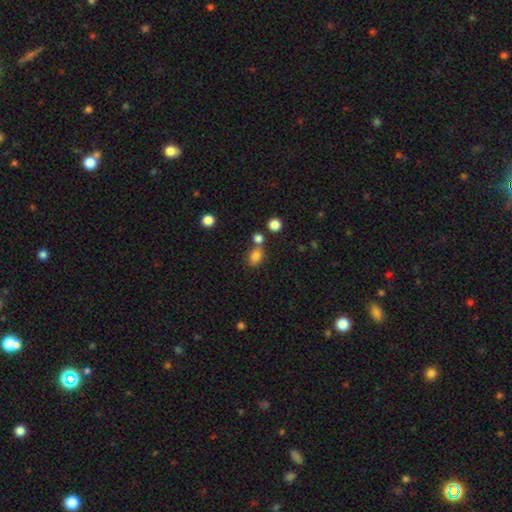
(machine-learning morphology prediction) Q: Smooth or featured?
A: smooth (82%); runner-up: star or artifact (12%)
Q: How rounded?
A: in between (68%); runner-up: round (30%)
Q: Merging?
A: none (57%); runner-up: merger (26%)